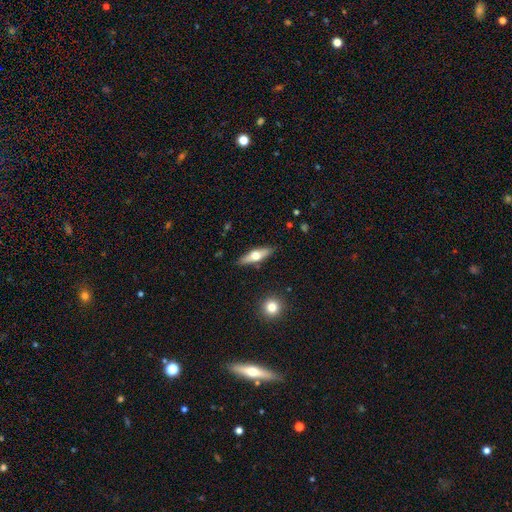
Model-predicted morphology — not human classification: featured or disk 51%, smooth 43%, star or artifact 6%. Down the decision tree: edge-on disk — yes (90%); merging — none (87%).